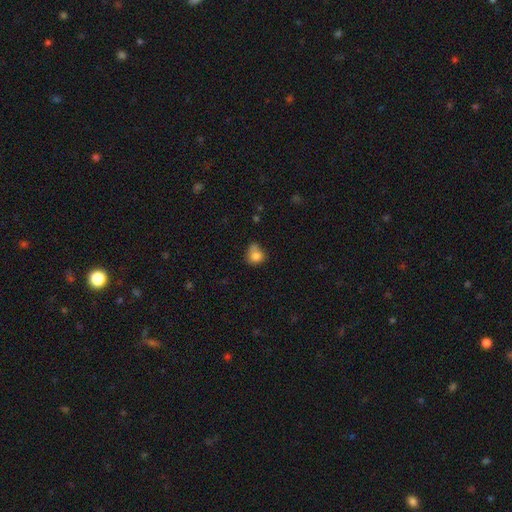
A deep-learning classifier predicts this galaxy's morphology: smooth 80%, star or artifact 10%, featured or disk 10%. Down the decision tree: how rounded — round (65%); merging — none (40%).